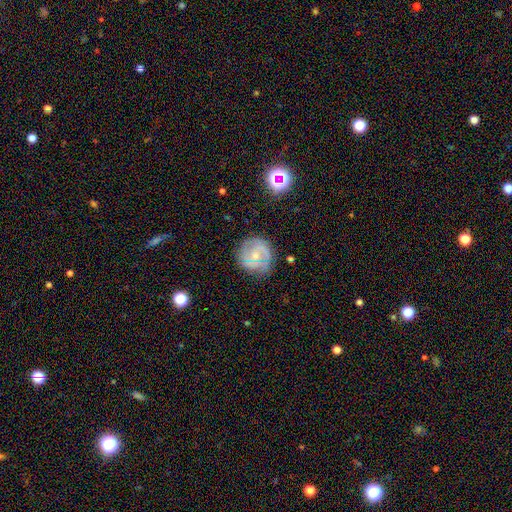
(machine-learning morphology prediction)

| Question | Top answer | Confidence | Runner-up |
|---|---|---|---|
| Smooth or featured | featured or disk | 73% | smooth (19%) |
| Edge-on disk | no | 98% | yes (2%) |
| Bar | no | 56% | weak (37%) |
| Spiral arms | yes | 89% | no (11%) |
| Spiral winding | tight | 50% | medium (38%) |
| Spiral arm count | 2 | 50% | can't tell (23%) |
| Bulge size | small | 59% | moderate (35%) |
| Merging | none | 72% | minor disturbance (20%) |